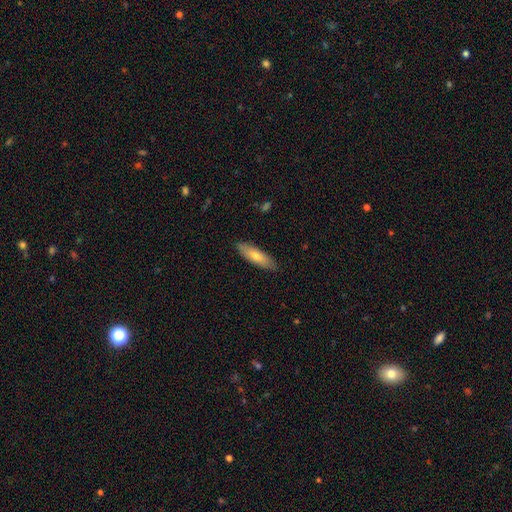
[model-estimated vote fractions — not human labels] Q: Smooth or featured?
A: smooth (69%); runner-up: featured or disk (25%)
Q: How rounded?
A: cigar-shaped (54%); runner-up: in between (44%)
Q: Merging?
A: none (88%); runner-up: minor disturbance (9%)